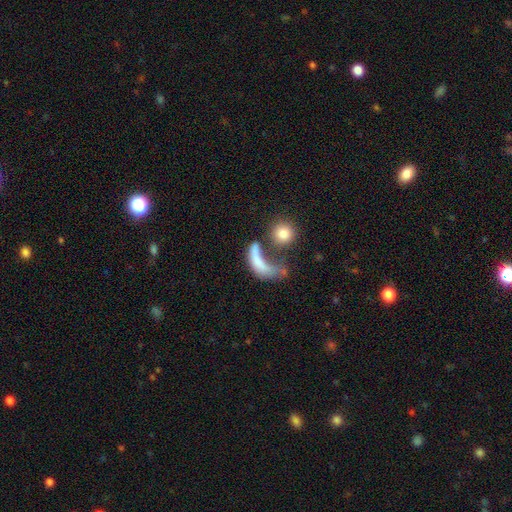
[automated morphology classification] smooth_or_featured: smooth (p=0.56) [alt: featured or disk p=0.32]
how_rounded: in between (p=0.52) [alt: cigar-shaped p=0.30]
merging: major disturbance (p=0.38) [alt: merger p=0.31]